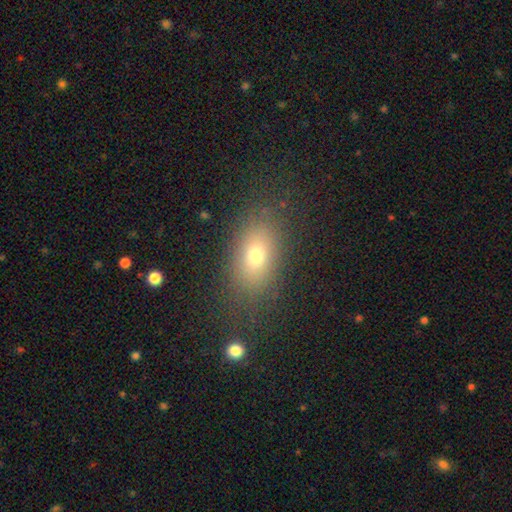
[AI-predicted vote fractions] This appears to be a smooth galaxy with no disk features (70%) that is in between round and cigar-shaped (81%). Merging: none (82%).